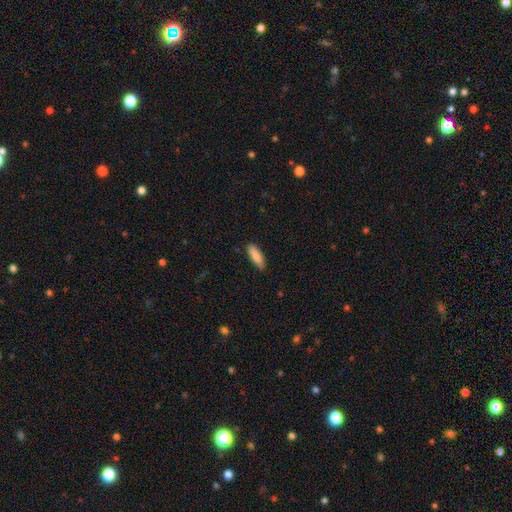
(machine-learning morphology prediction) A smooth galaxy with no disk features (86%) that is in between round and cigar-shaped (57%).

Vote fractions:
- Smooth or featured? smooth: 86% / featured or disk: 8% / star or artifact: 6%
- How rounded? in between: 57% / cigar-shaped: 41% / round: 2%
- Merging? none: 83% / minor disturbance: 14% / major disturbance: 2% / merger: 1%